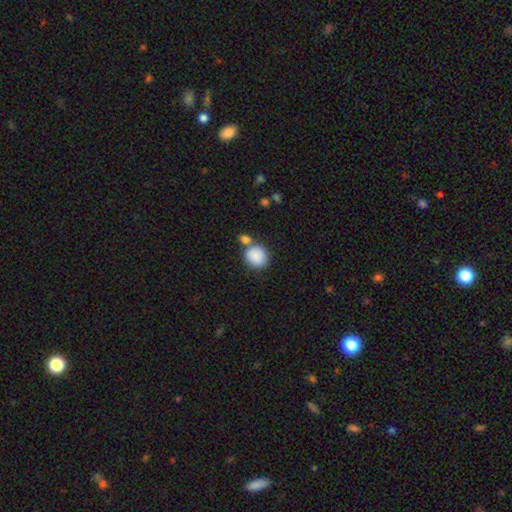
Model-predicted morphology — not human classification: type=smooth (87%); roundness=round (82%); merging=none (60%).